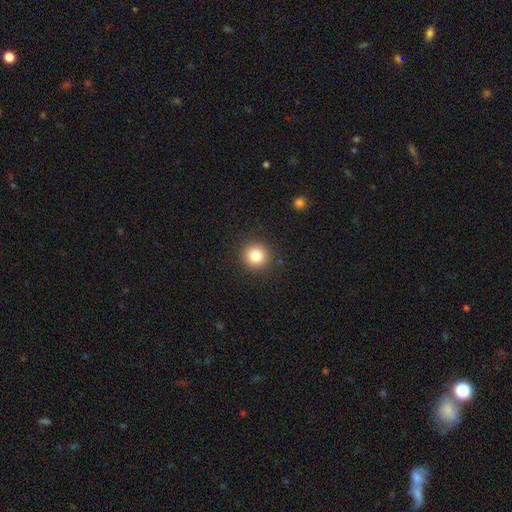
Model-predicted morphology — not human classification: Smooth or featured? smooth (82%)
How rounded? round (94%)
Merging? none (91%)